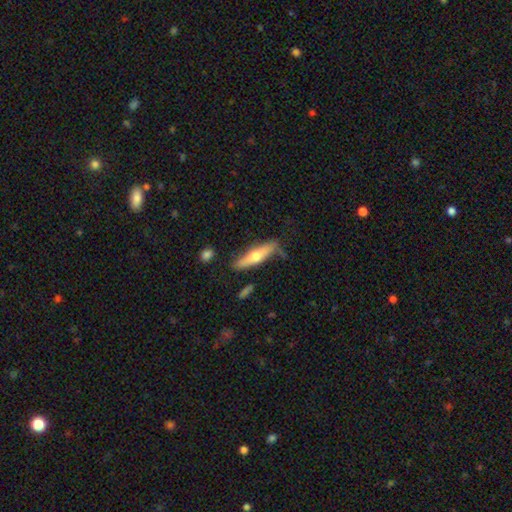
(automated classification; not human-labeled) featured or disk 51%, smooth 43%, star or artifact 6%. Down the decision tree: edge-on disk — yes (89%); merging — none (74%).